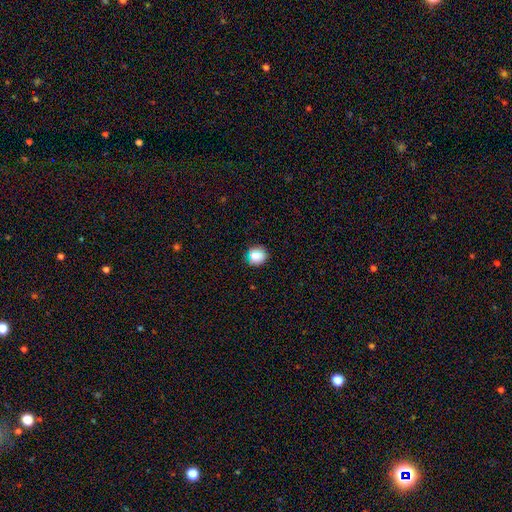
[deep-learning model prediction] A smooth galaxy with no disk features (80%) that is round (76%).

Vote fractions:
- Smooth or featured? smooth: 80% / star or artifact: 13% / featured or disk: 7%
- How rounded? round: 76% / in between: 22% / cigar-shaped: 1%
- Merging? none: 80% / minor disturbance: 15% / major disturbance: 3% / merger: 2%